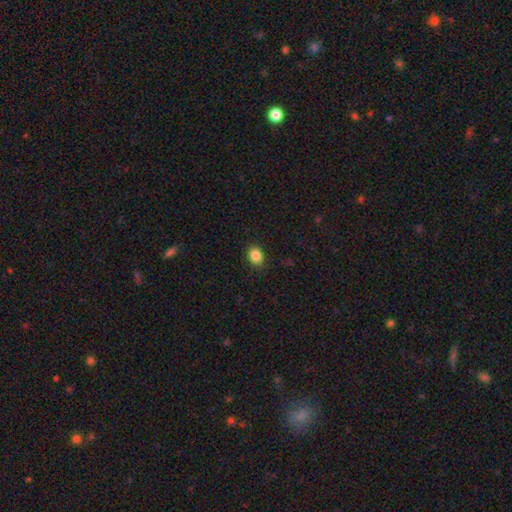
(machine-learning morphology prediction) smooth-or-featured: smooth: 87% | star or artifact: 10% | featured or disk: 4%
  how-rounded: in between: 55% | round: 44% | cigar-shaped: 1%
  merging: none: 89% | minor disturbance: 8% | major disturbance: 2% | merger: 1%